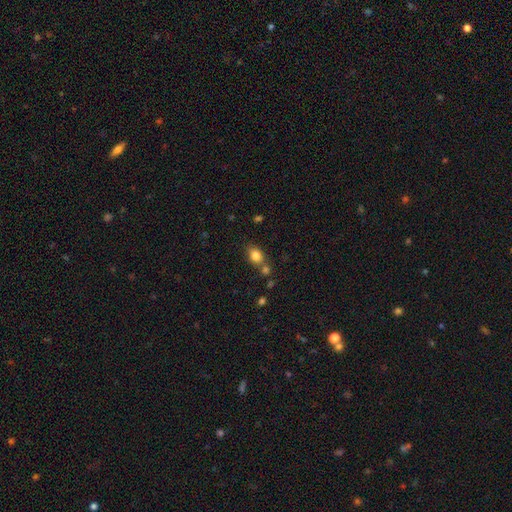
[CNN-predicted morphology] smooth 82%, star or artifact 11%, featured or disk 8%. Down the decision tree: how rounded — in between (57%); merging — none (59%).